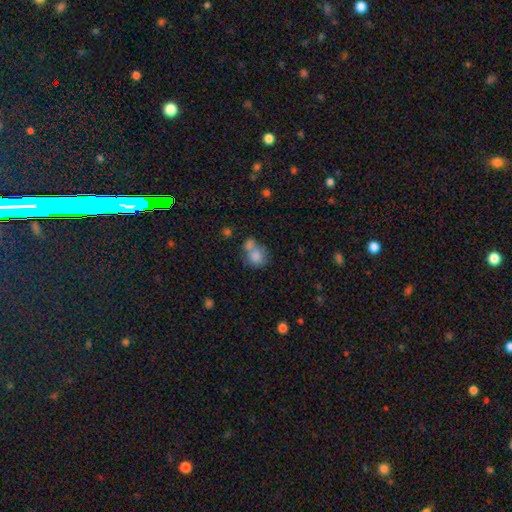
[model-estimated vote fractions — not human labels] smooth_or_featured: smooth (p=0.77) [alt: featured or disk p=0.13]
how_rounded: round (p=0.63) [alt: in between p=0.35]
merging: merger (p=0.49) [alt: none p=0.30]